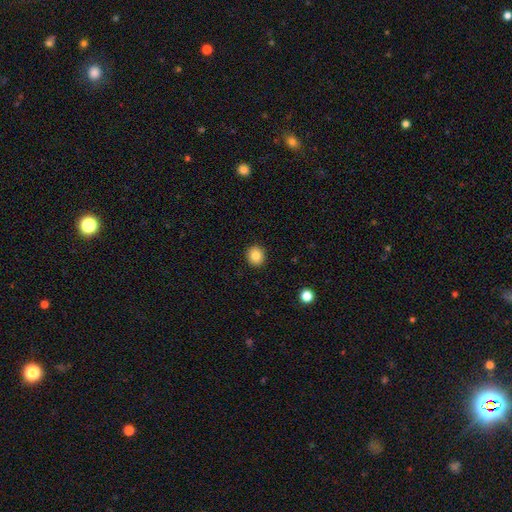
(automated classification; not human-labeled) A smooth galaxy with no disk features (85%) that is round (86%). Merging: none (92%).